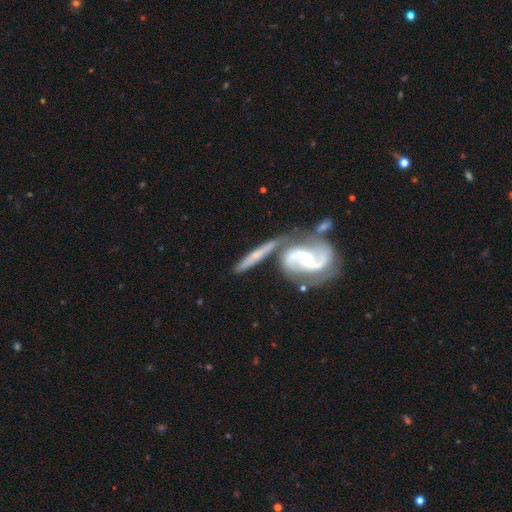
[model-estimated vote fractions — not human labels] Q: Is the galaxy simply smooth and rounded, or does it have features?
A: featured or disk — 68%.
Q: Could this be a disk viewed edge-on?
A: yes — 54%.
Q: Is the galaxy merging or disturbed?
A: none — 53%.